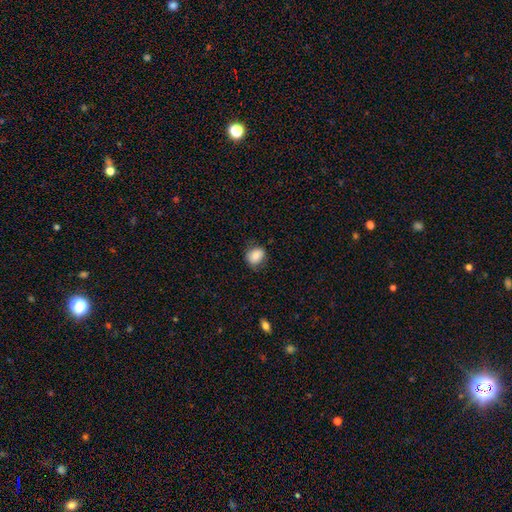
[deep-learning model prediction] smooth 79%, featured or disk 13%, star or artifact 8%. Down the decision tree: how rounded — round (59%); merging — none (75%).